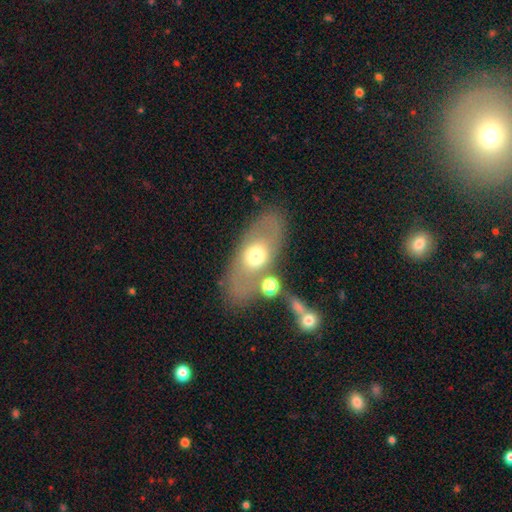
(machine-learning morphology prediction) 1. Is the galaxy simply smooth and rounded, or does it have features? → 51% smooth, 39% featured or disk, 10% star or artifact.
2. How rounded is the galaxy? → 83% in between, 10% round, 7% cigar-shaped.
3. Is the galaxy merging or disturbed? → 68% none, 14% minor disturbance, 12% merger, 7% major disturbance.